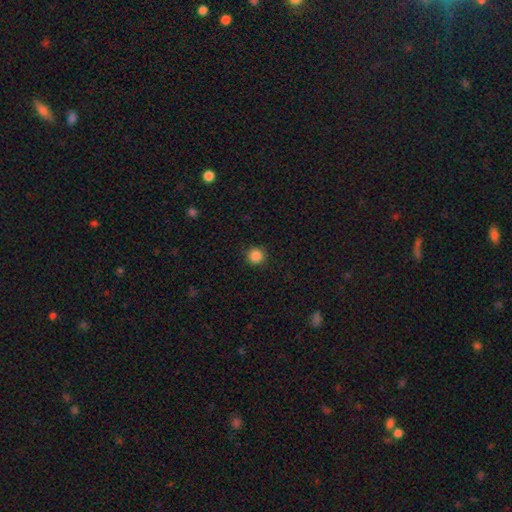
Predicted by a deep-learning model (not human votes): Smooth or featured?
  - smooth: 86% *
  - star or artifact: 10%
  - featured or disk: 3%
How rounded?
  - round: 95% *
  - in between: 4%
  - cigar-shaped: 1%
Merging?
  - none: 91% *
  - minor disturbance: 6%
  - major disturbance: 2%
  - merger: 1%